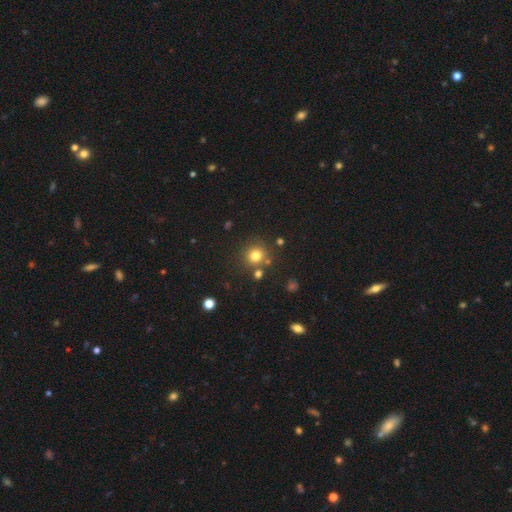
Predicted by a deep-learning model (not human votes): The model was most divided on "smooth or featured": smooth: 78%, star or artifact: 15%, featured or disk: 7%. More confident: how rounded — round (91%); merging — none (78%).